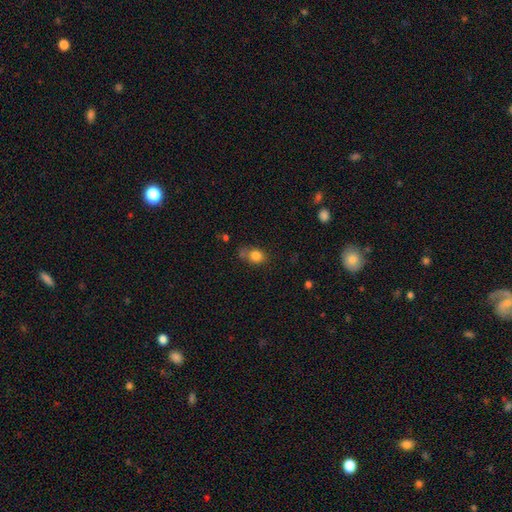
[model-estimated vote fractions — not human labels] smooth_or_featured: smooth (p=0.82) [alt: star or artifact p=0.11]
how_rounded: round (p=0.58) [alt: in between p=0.41]
merging: none (p=0.54) [alt: minor disturbance p=0.23]